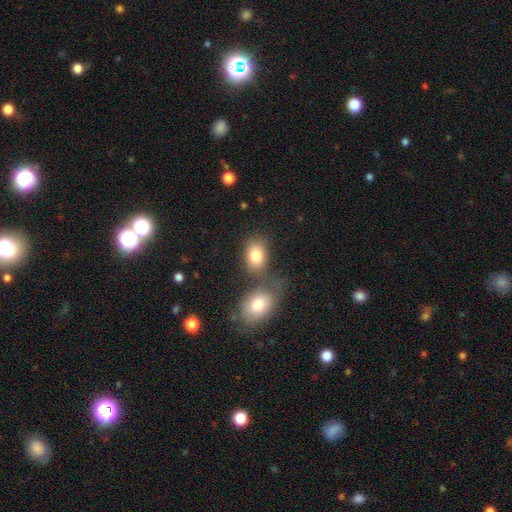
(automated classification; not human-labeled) Morphology: type=smooth (82%); roundness=in between (77%); merging=none (54%).